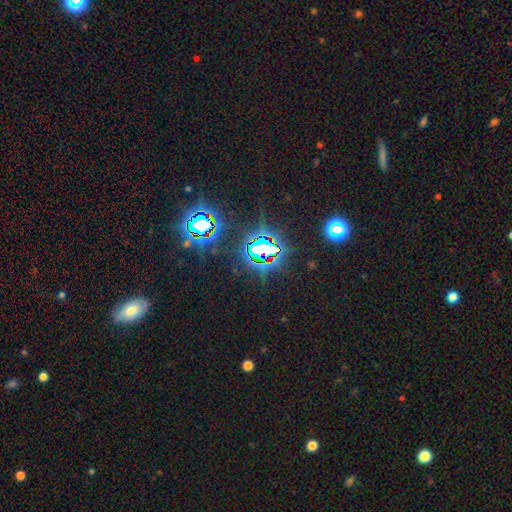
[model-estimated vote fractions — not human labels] A star or artifact, not a galaxy (79%).